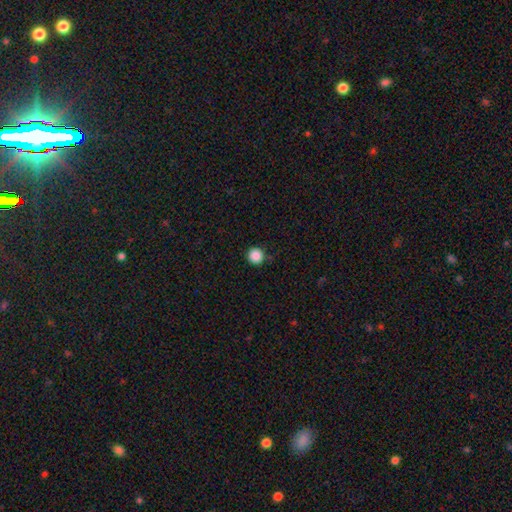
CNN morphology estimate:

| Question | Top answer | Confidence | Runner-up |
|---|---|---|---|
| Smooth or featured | smooth | 88% | star or artifact (10%) |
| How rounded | round | 96% | in between (3%) |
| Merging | none | 90% | minor disturbance (7%) |